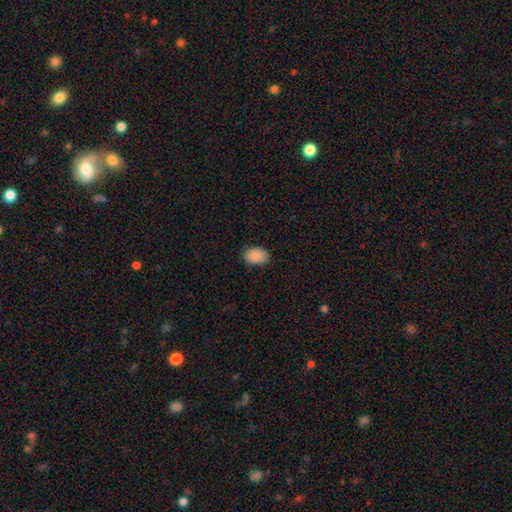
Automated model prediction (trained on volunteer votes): Smooth or featured?
  - smooth: 89% *
  - star or artifact: 7%
  - featured or disk: 3%
How rounded?
  - in between: 81% *
  - round: 18%
  - cigar-shaped: 1%
Merging?
  - none: 82% *
  - minor disturbance: 14%
  - major disturbance: 3%
  - merger: 1%